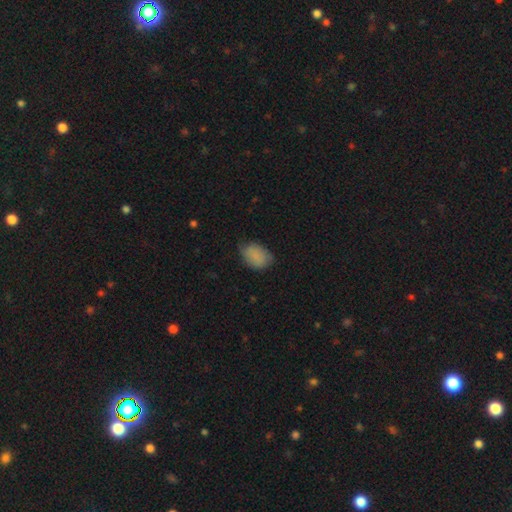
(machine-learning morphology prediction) smooth-or-featured: smooth: 84% | featured or disk: 8% | star or artifact: 7%
  how-rounded: in between: 78% | round: 21% | cigar-shaped: 1%
  merging: none: 66% | minor disturbance: 28% | major disturbance: 5% | merger: 1%